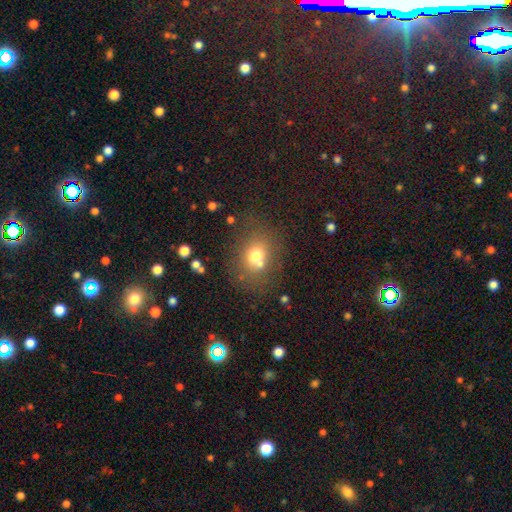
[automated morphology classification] Overall: smooth (69%). How rounded: round (61%; in between 38%). Merging: none (59%; merger 19%).